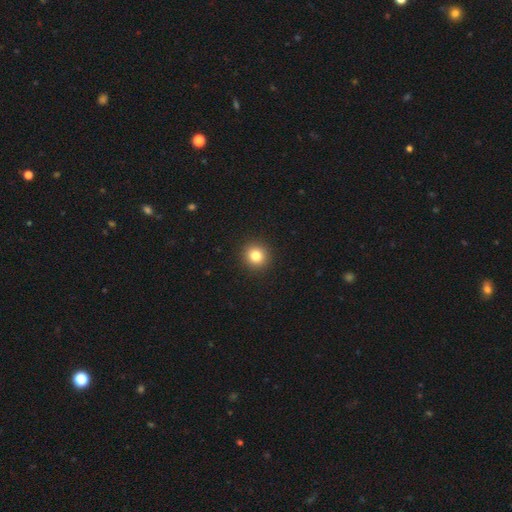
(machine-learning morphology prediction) The model was most divided on "smooth or featured": smooth: 81%, star or artifact: 12%, featured or disk: 7%. More confident: merging — none (93%); how rounded — round (92%).